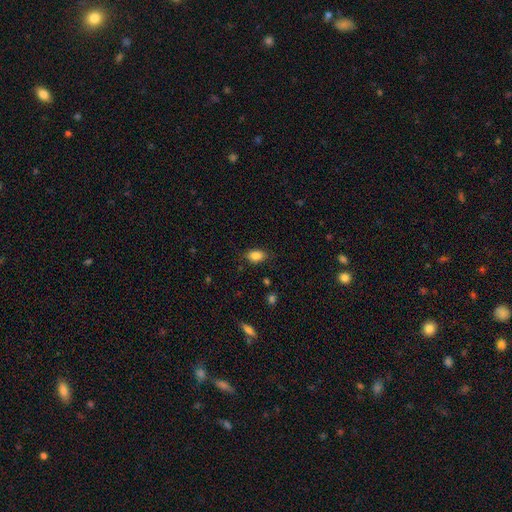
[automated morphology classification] This appears to be a smooth galaxy with no disk features (85%) that is in between round and cigar-shaped (86%). Merging: none (82%).